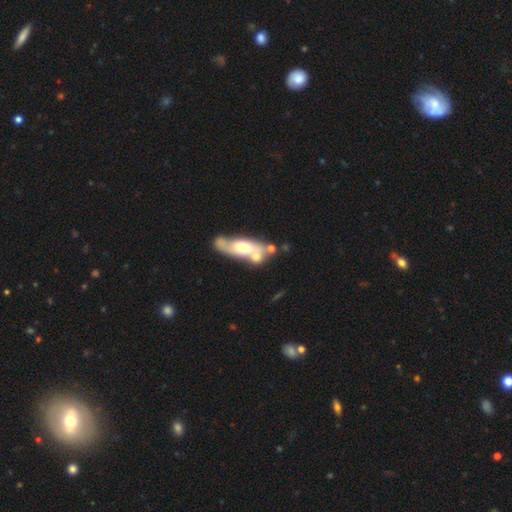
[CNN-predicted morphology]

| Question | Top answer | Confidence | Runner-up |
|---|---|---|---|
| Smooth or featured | featured or disk | 51% | smooth (42%) |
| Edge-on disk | no | 79% | yes (21%) |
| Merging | merger | 39% | none (38%) |